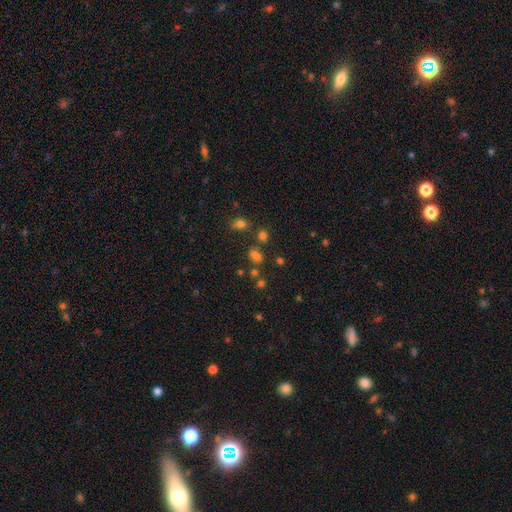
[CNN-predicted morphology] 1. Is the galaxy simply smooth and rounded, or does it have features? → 55% smooth, 35% star or artifact, 10% featured or disk.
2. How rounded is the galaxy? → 53% round, 45% in between, 2% cigar-shaped.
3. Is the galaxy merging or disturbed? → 60% none, 22% merger, 12% minor disturbance, 6% major disturbance.